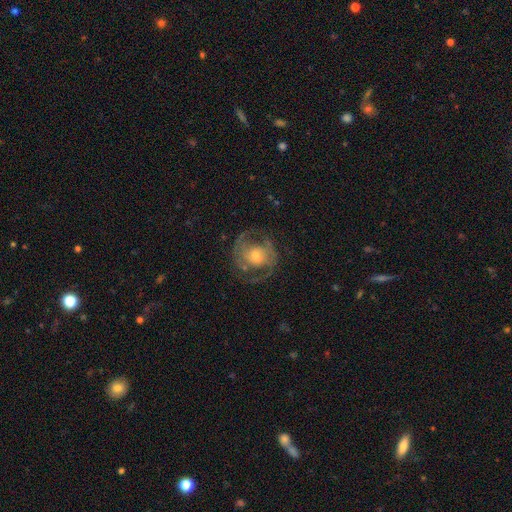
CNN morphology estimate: Smooth or featured: featured or disk — 81% (smooth — 13%)
Edge-on disk: no — 98% (yes — 2%)
Bar: no — 58% (weak — 32%)
Spiral arms: yes — 91% (no — 9%)
Spiral winding: medium — 50% (tight — 34%)
Spiral arm count: 2 — 81% (can't tell — 9%)
Bulge size: moderate — 49% (small — 34%)
Merging: none — 72% (minor disturbance — 15%)